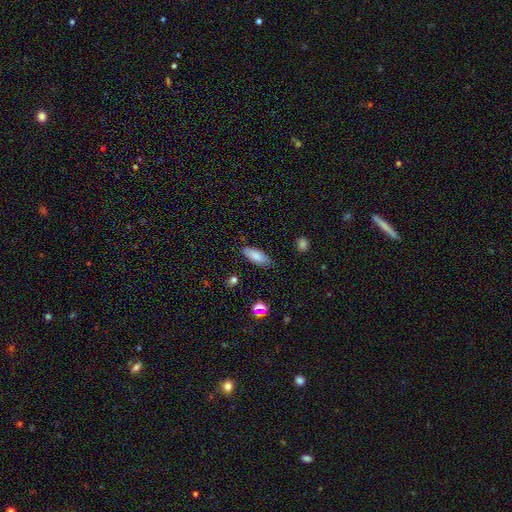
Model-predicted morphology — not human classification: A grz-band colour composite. It shows a smooth galaxy with no disk features (83%) that is in between round and cigar-shaped (77%). Merging: none (81%).